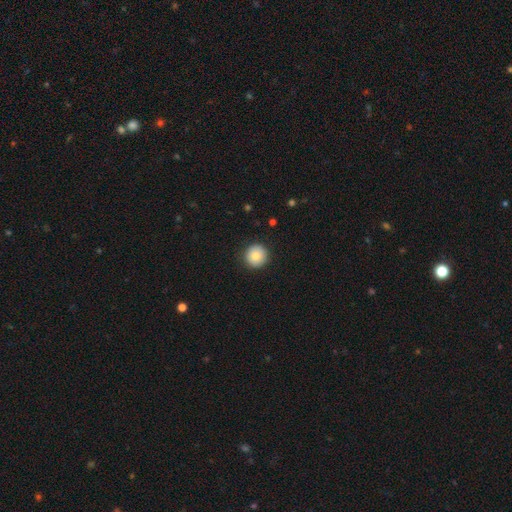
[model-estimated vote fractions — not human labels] The model was most divided on "smooth or featured": smooth: 83%, featured or disk: 9%, star or artifact: 8%. More confident: how rounded — round (95%); merging — none (91%).